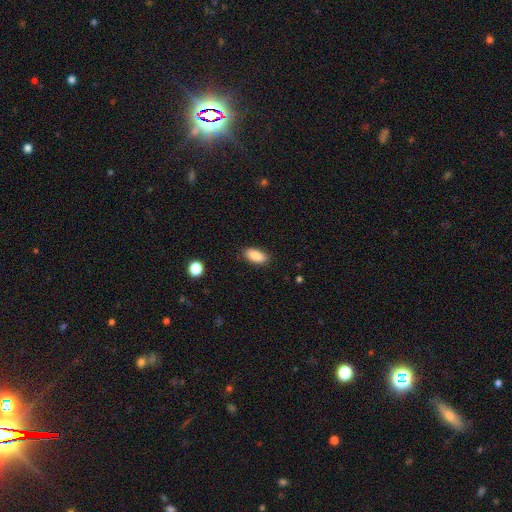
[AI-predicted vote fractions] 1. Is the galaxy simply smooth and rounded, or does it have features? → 87% smooth, 7% star or artifact, 6% featured or disk.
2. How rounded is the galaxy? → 88% in between, 9% cigar-shaped, 3% round.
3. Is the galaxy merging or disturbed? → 86% none, 11% minor disturbance, 2% major disturbance, 1% merger.